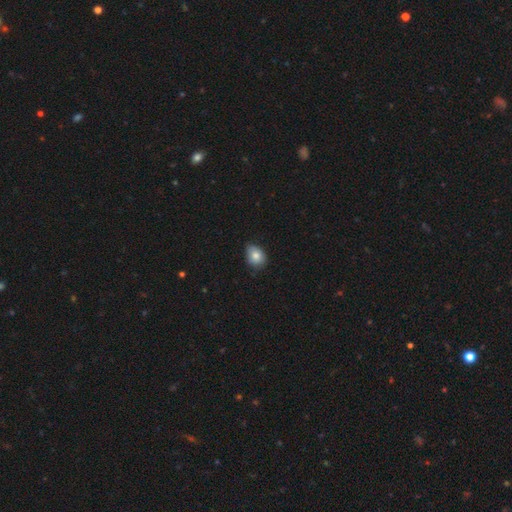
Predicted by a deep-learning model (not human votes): The model was most divided on "how rounded": in between: 60%, round: 39%, cigar-shaped: 1%. More confident: smooth or featured — smooth (81%); merging — none (65%).